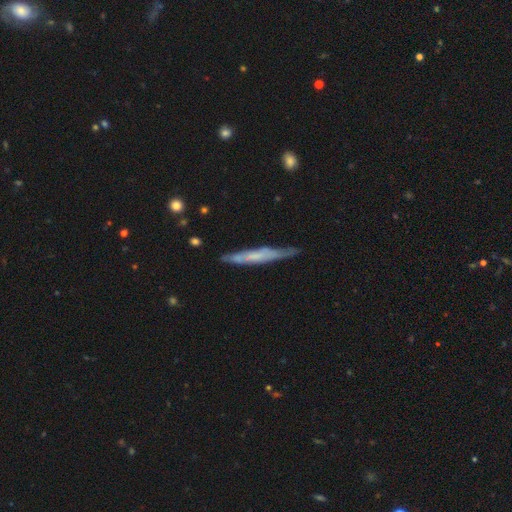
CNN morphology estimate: Smooth or featured? Predicted: featured or disk (p=0.55). Edge-on disk? Predicted: yes (p=0.88). Merging? Predicted: none (p=0.75).